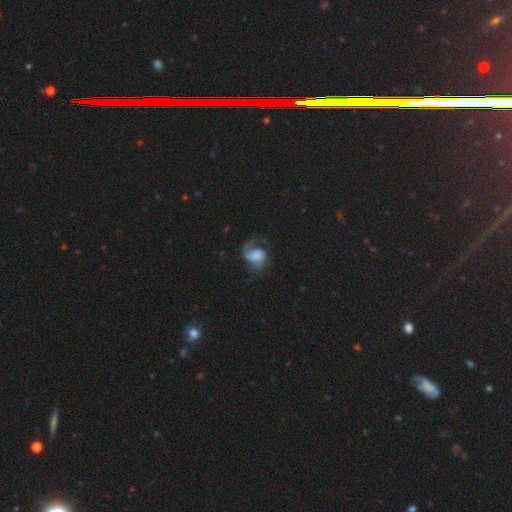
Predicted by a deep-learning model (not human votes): This is likely a featured or disk galaxy (62%). It is clearly not viewed edge-on (98%). Bar: possibly no (58%). Spiral arm pattern: clearly yes (89%). Spiral arm count: possibly 1 (53%). Spiral winding: marginally medium (41%, tied with loose). Central bulge: marginally none (29%). Merging: marginally none (43%).